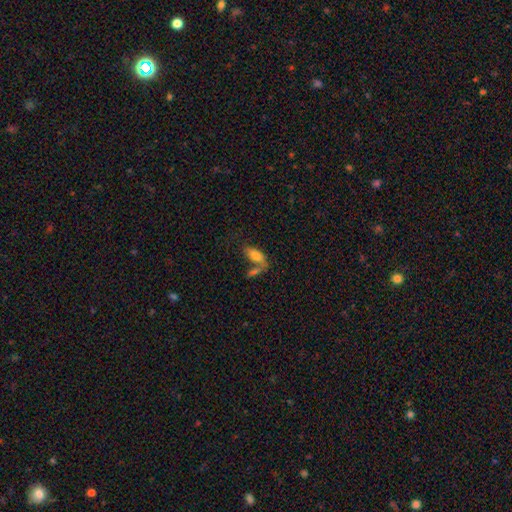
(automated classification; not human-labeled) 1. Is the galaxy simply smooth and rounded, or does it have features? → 72% smooth, 20% featured or disk, 8% star or artifact.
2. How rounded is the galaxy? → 79% in between, 18% cigar-shaped, 3% round.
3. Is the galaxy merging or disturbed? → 40% merger, 37% none, 13% minor disturbance, 9% major disturbance.